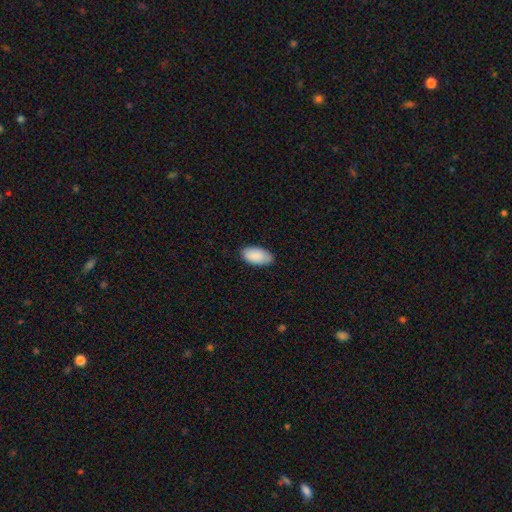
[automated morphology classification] type=smooth (90%); roundness=in between (95%); merging=none (83%).